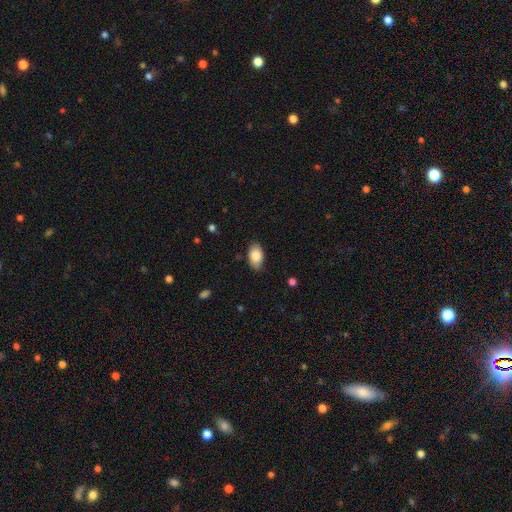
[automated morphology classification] A smooth galaxy with no disk features (85%) that is in between round and cigar-shaped (93%). Merging: none (84%).